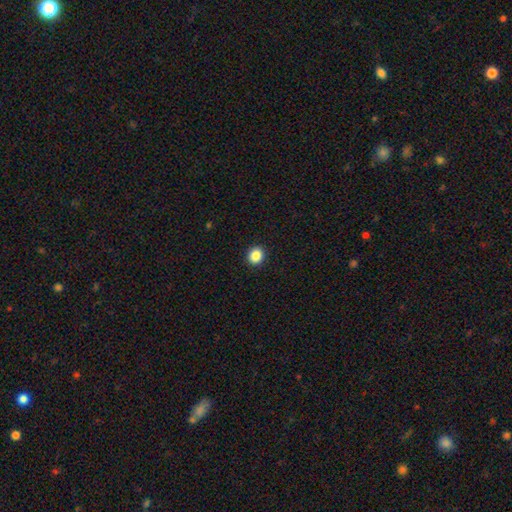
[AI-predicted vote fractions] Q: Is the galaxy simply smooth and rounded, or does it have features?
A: smooth — 86%.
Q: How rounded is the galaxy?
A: round — 77%.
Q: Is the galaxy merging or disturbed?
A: none — 93%.